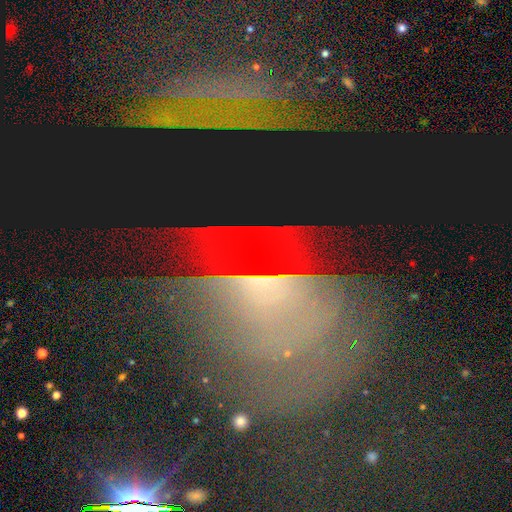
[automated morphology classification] Smooth or featured? Predicted: star or artifact (p=0.43).